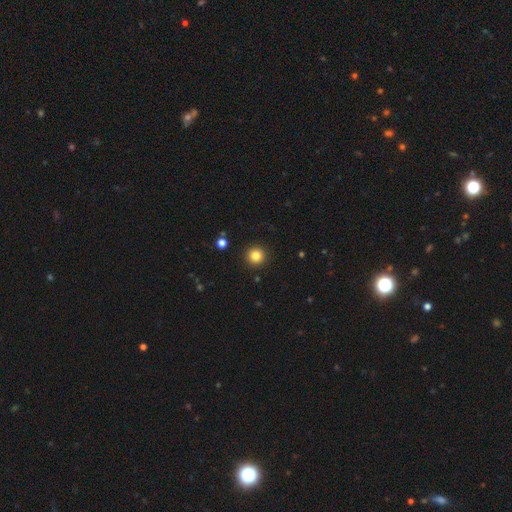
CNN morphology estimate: A smooth galaxy with no disk features (83%) that is round (96%).

Vote fractions:
- Smooth or featured? smooth: 83% / star or artifact: 12% / featured or disk: 5%
- How rounded? round: 96% / in between: 3% / cigar-shaped: 1%
- Merging? none: 92% / minor disturbance: 5% / major disturbance: 2% / merger: 1%